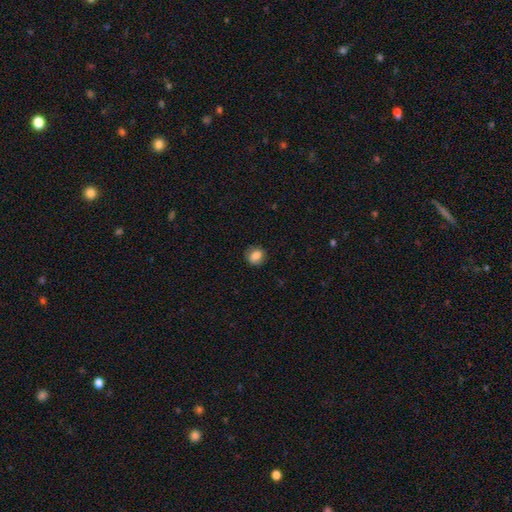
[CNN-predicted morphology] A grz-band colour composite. It shows a smooth galaxy with no disk features (83%) that is round (71%). Merging: none (81%).